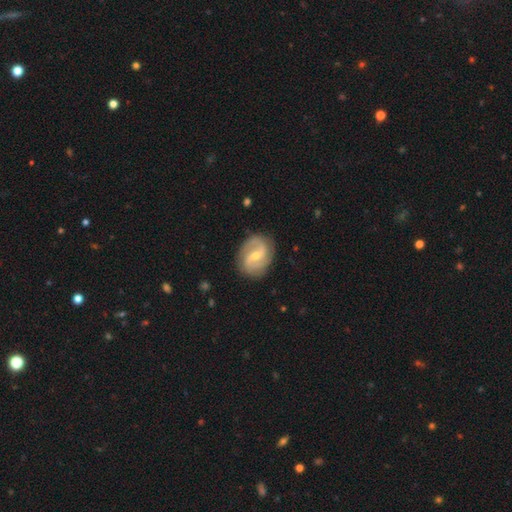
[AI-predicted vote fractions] Q: Smooth or featured?
A: featured or disk (85%); runner-up: smooth (10%)
Q: Edge-on disk?
A: no (98%); runner-up: yes (2%)
Q: Bar?
A: weak (50%); runner-up: no (28%)
Q: Spiral arms?
A: yes (96%); runner-up: no (4%)
Q: Spiral winding?
A: medium (48%); runner-up: loose (30%)
Q: Spiral arm count?
A: 2 (84%); runner-up: 3 (5%)
Q: Bulge size?
A: small (51%); runner-up: moderate (46%)
Q: Merging?
A: none (83%); runner-up: minor disturbance (12%)